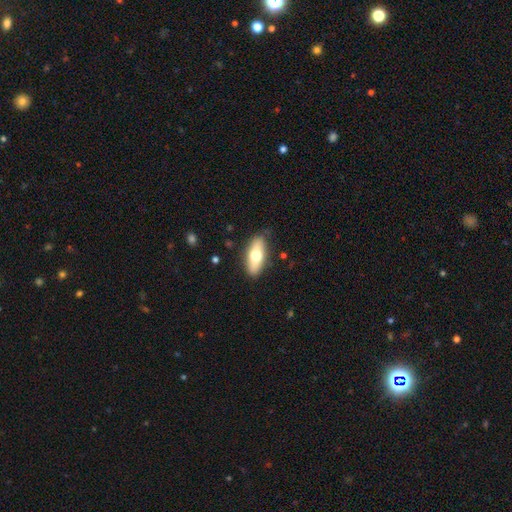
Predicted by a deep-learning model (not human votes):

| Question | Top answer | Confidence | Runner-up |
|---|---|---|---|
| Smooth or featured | smooth | 64% | featured or disk (30%) |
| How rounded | in between | 80% | cigar-shaped (17%) |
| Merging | none | 84% | minor disturbance (12%) |